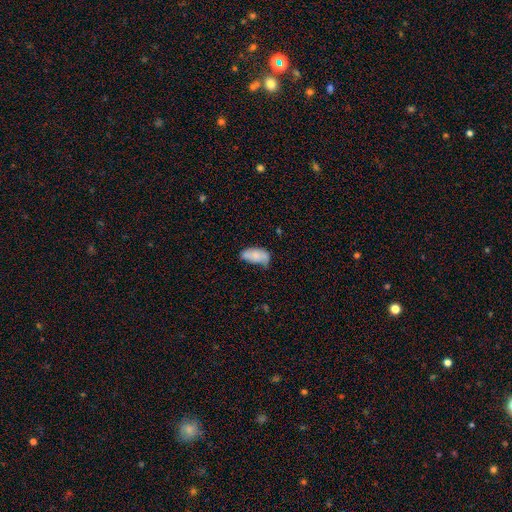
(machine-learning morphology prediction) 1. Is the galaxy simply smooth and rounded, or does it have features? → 74% smooth, 19% featured or disk, 8% star or artifact.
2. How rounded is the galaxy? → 94% in between, 3% round, 3% cigar-shaped.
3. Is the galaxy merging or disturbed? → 40% none, 38% minor disturbance, 15% major disturbance, 8% merger.